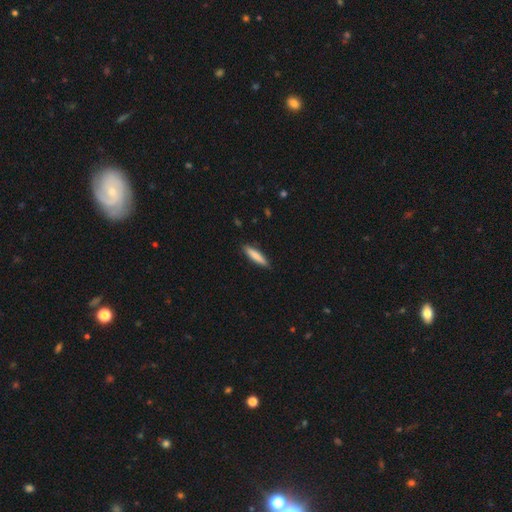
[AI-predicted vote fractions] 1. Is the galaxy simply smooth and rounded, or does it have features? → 82% smooth, 12% featured or disk, 5% star or artifact.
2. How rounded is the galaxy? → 84% cigar-shaped, 15% in between, 1% round.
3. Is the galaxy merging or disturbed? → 88% none, 9% minor disturbance, 2% major disturbance, 1% merger.